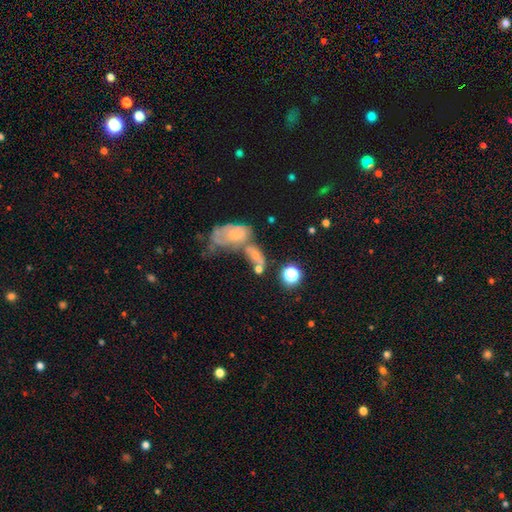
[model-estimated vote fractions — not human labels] Morphology: type=smooth (44%); merging=merger (54%).